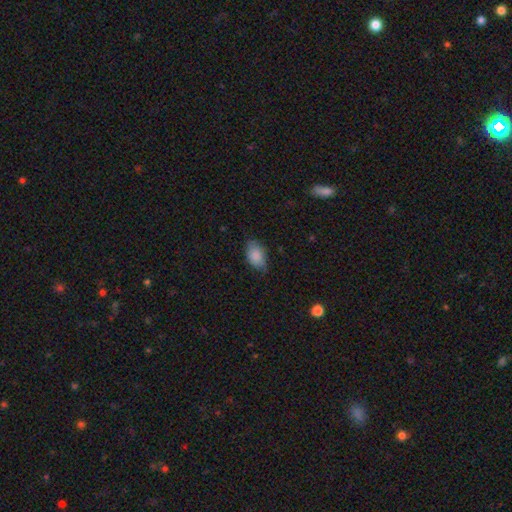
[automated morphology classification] This appears to be a smooth galaxy with no disk features (86%) that is in between round and cigar-shaped (88%). Merging: none (69%).